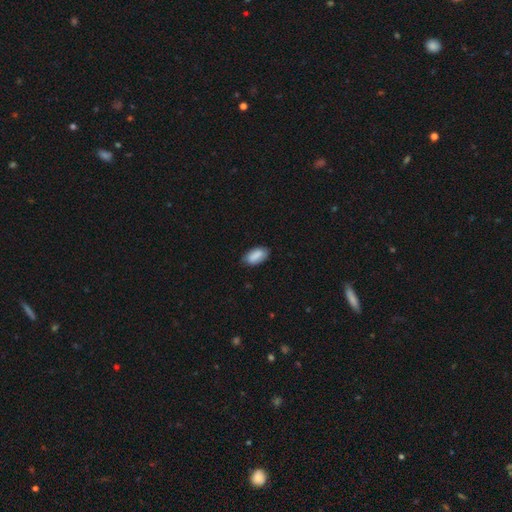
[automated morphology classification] A smooth galaxy with no disk features (87%) that is in between round and cigar-shaped (93%). Merging: none (80%).